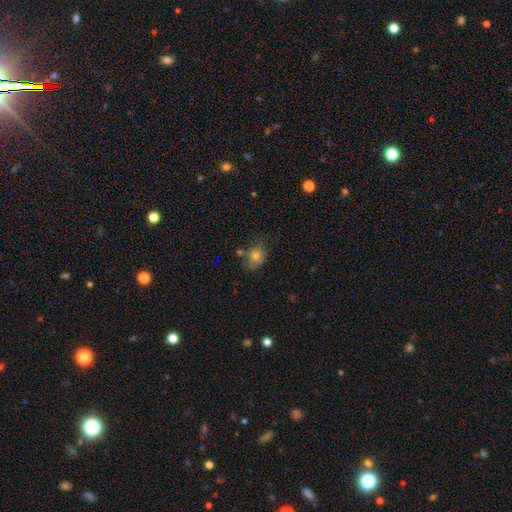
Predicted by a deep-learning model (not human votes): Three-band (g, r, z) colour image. It shows a smooth galaxy with no disk features (73%) that is round (50%). Merging: none (61%).